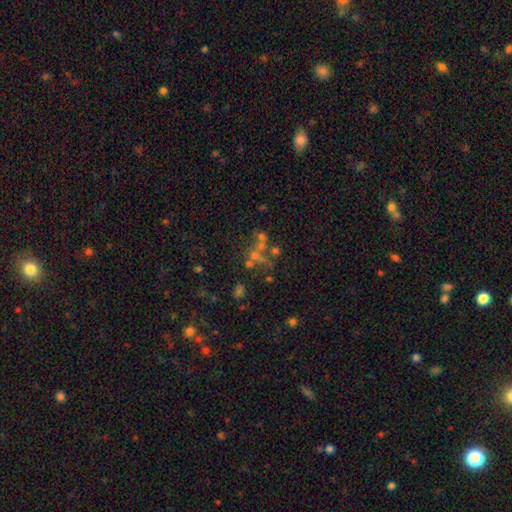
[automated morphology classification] smooth_or_featured: star or artifact (p=0.41) [alt: smooth p=0.30]